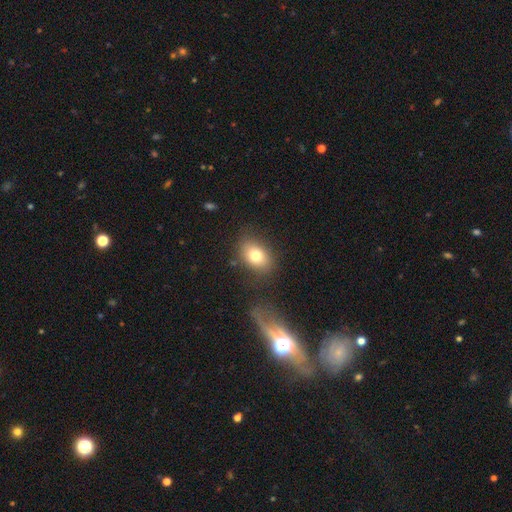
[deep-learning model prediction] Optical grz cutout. It shows a smooth galaxy with no disk features (77%) that is in between round and cigar-shaped (74%). Merging: none (77%).